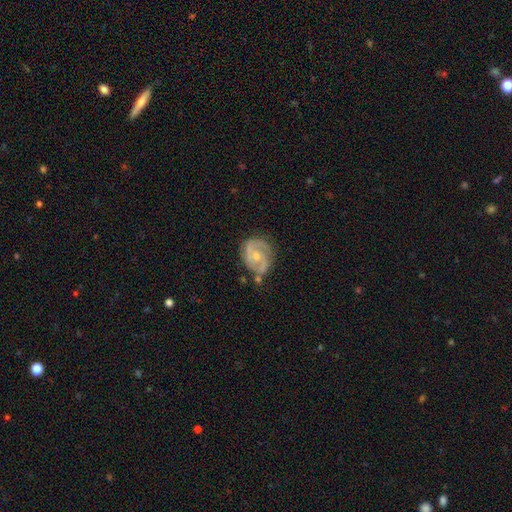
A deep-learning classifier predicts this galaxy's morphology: featured or disk 87%, smooth 8%, star or artifact 5%. Down the decision tree: edge-on disk — no (98%); bar — no (58%); spiral arms — yes (96%); spiral arm count — 2 (79%); spiral winding — medium (47%); bulge size — small (53%); merging — none (66%).